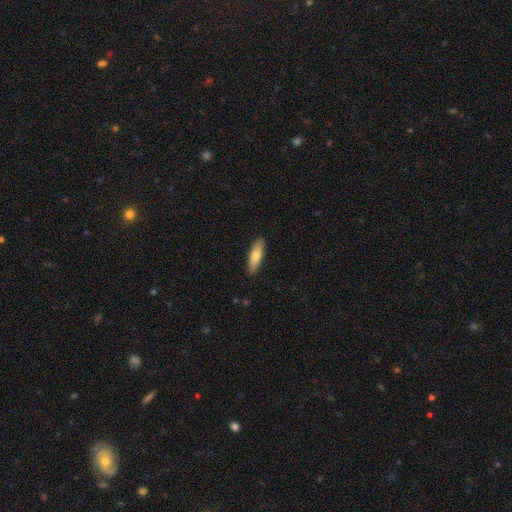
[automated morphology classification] type=smooth (74%); roundness=in between (50%); merging=none (89%).